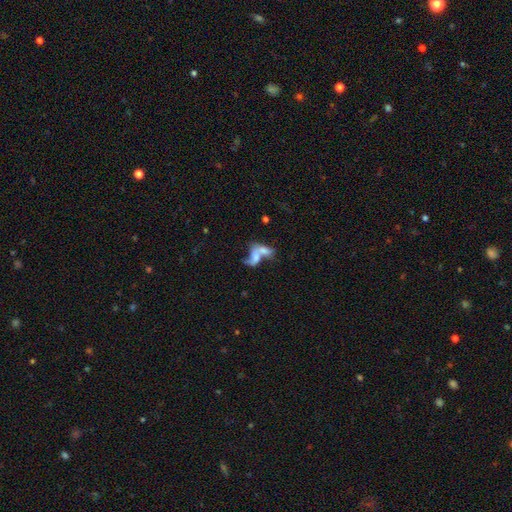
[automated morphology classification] type=smooth (46%); merging=merger (67%).